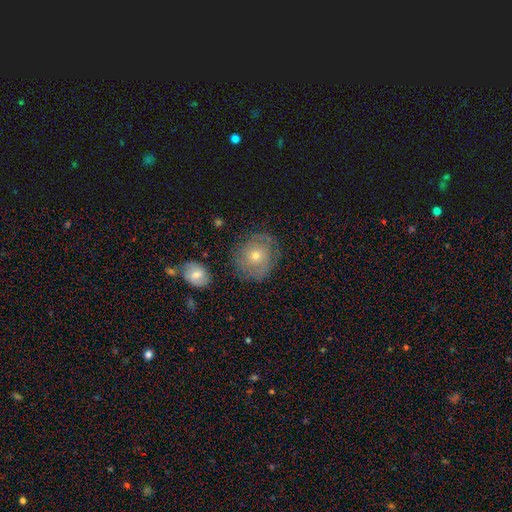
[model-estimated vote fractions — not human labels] Smooth or featured? featured or disk (55%)
Edge-on disk? no (96%)
Bar? no (84%)
Spiral arms? yes (74%)
Bulge size? small (50%)
Merging? none (73%)